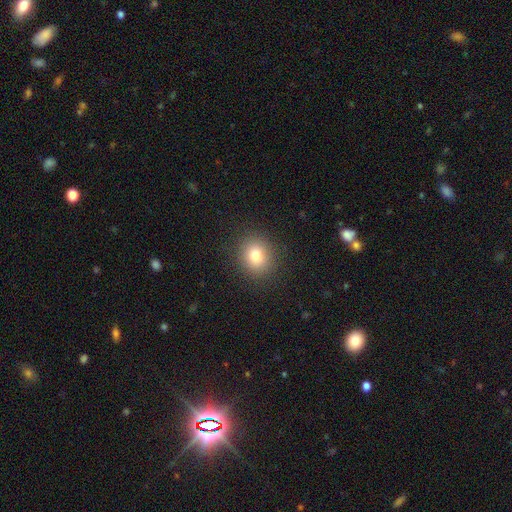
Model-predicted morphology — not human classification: Smooth or featured?
  - smooth: 79% *
  - star or artifact: 12%
  - featured or disk: 8%
How rounded?
  - round: 77% *
  - in between: 22%
  - cigar-shaped: 1%
Merging?
  - none: 90% *
  - minor disturbance: 7%
  - major disturbance: 3%
  - merger: 1%